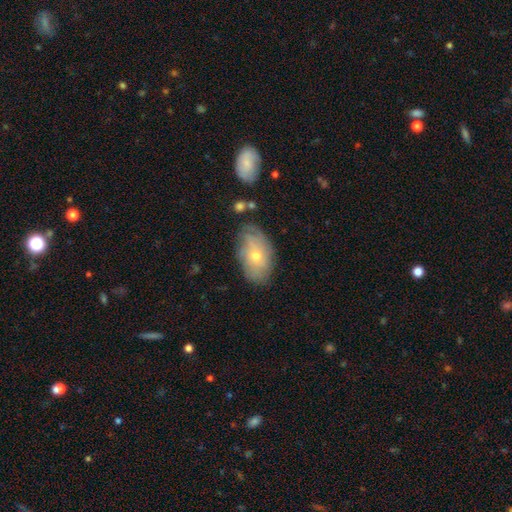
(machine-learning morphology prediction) Smooth or featured? Predicted: smooth (p=0.49). Merging? Predicted: none (p=0.67).